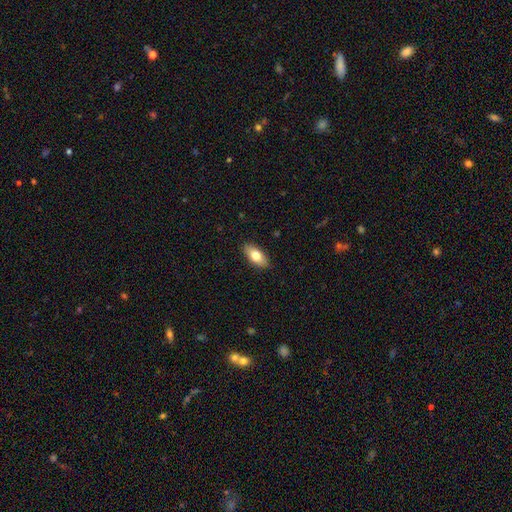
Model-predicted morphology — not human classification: This is likely a smooth galaxy (75%). How rounded: clearly in between (87%). Merging: clearly none (88%).